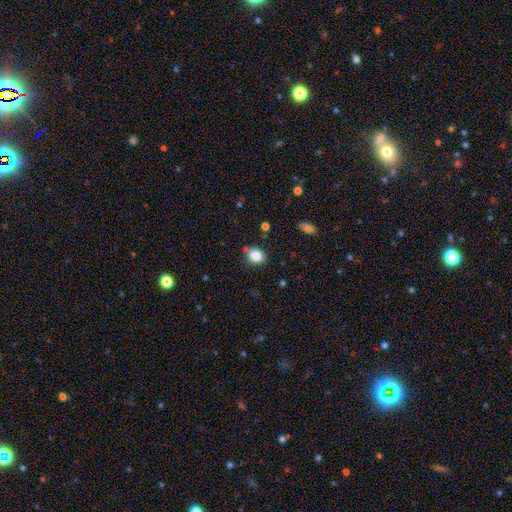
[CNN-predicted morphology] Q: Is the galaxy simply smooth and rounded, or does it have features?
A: smooth — 85%.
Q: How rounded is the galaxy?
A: in between — 58%.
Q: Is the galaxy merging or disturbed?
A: none — 78%.